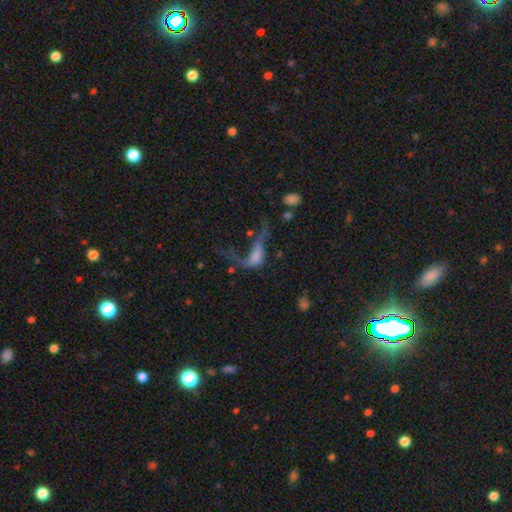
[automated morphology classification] Smooth or featured: smooth — 44% (featured or disk — 41%)
Merging: major disturbance — 56% (merger — 18%)